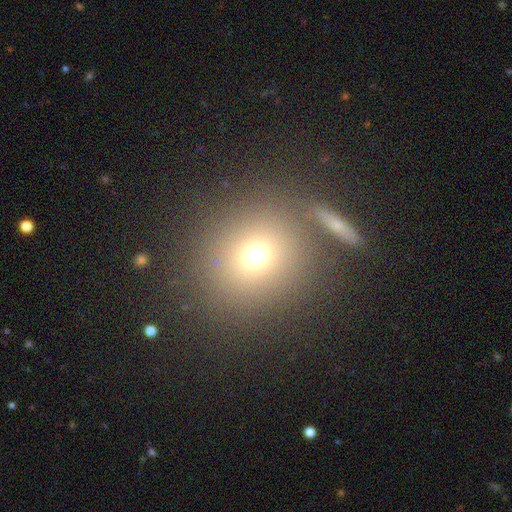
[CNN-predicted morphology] A smooth galaxy with no disk features (71%) that is round (87%). Merging: none (75%).